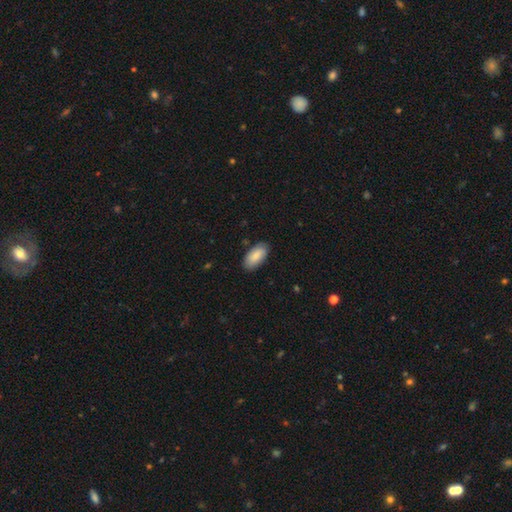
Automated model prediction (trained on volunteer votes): Overall: smooth (86%). How rounded: in between (94%). Merging: none (85%).